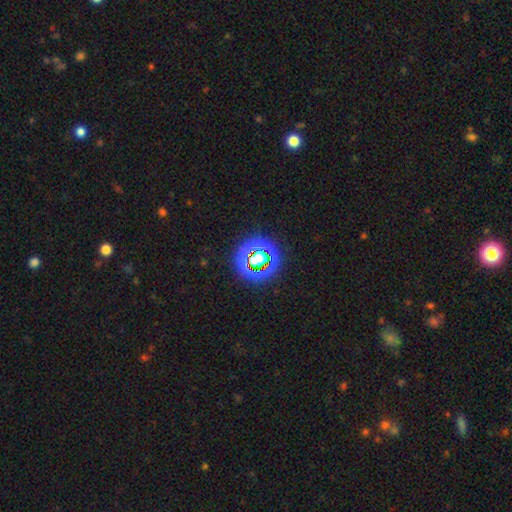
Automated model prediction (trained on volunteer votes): This appears to be a star or artifact, not a galaxy (77%).